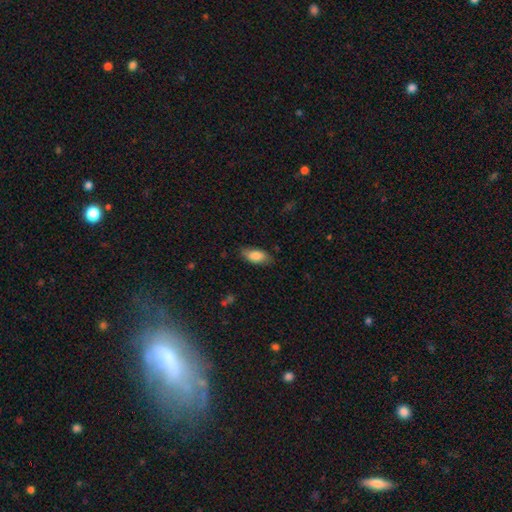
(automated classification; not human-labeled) Smooth or featured: smooth — 83% (featured or disk — 11%)
How rounded: in between — 87% (cigar-shaped — 10%)
Merging: none — 80% (minor disturbance — 15%)